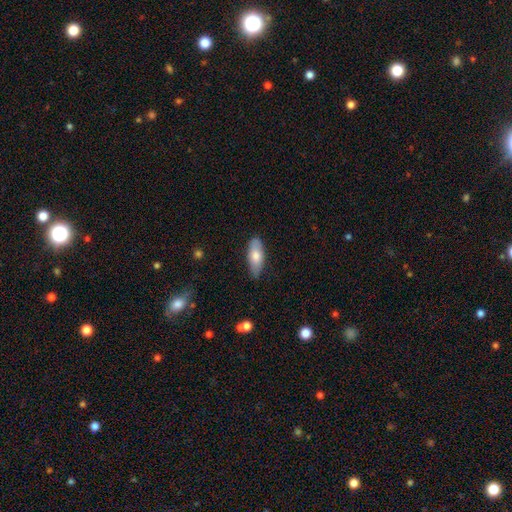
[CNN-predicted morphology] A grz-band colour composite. It shows a smooth galaxy with no disk features (72%) that is in between round and cigar-shaped (82%). Merging: none (75%).